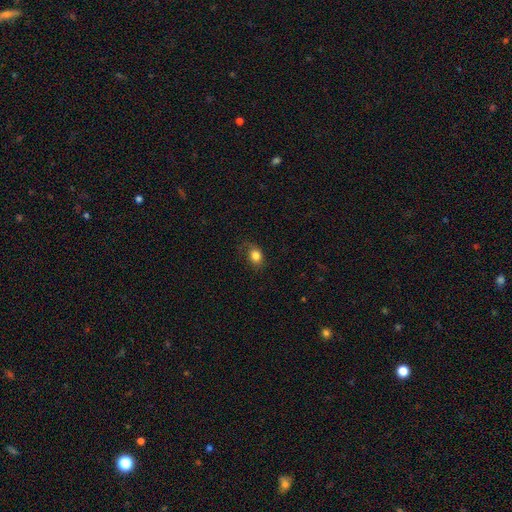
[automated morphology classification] The model was most divided on "how rounded": in between: 55%, round: 44%, cigar-shaped: 1%. More confident: smooth or featured — smooth (81%); merging — none (69%).